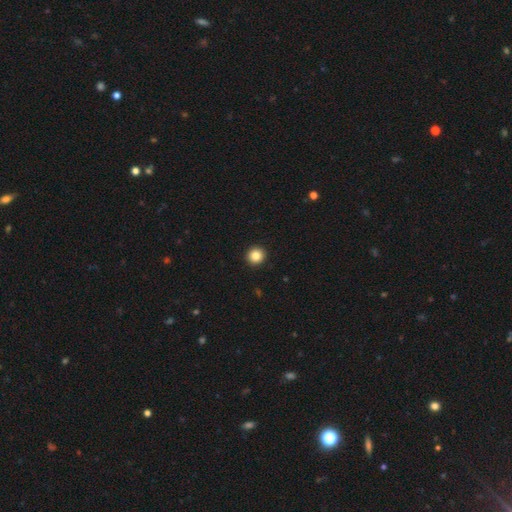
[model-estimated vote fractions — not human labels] smooth 85%, star or artifact 10%, featured or disk 5%. Down the decision tree: how rounded — round (95%); merging — none (94%).